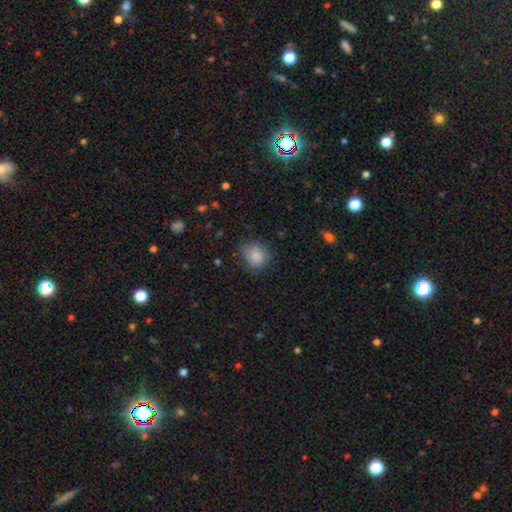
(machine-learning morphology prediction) Smooth or featured? smooth (85%)
How rounded? round (59%)
Merging? none (70%)